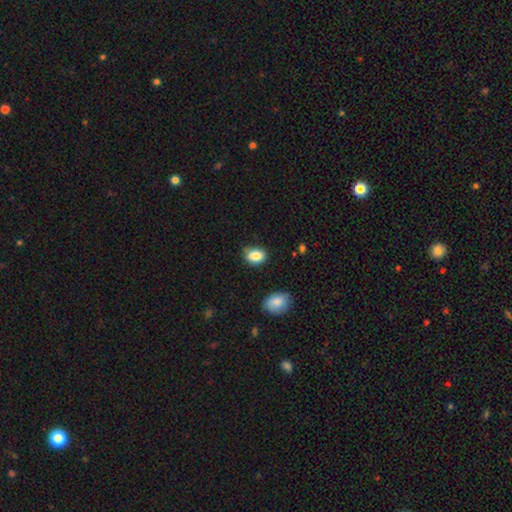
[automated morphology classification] This appears to be a smooth galaxy with no disk features (85%) that is in between round and cigar-shaped (72%). Merging: none (73%).